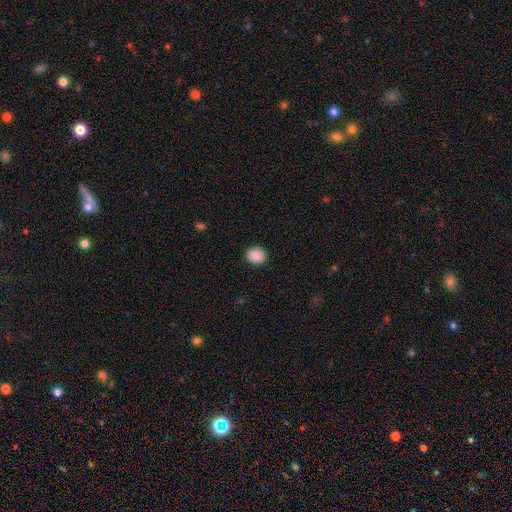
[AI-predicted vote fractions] smooth 89%, star or artifact 8%, featured or disk 3%. Down the decision tree: how rounded — round (79%); merging — none (90%).